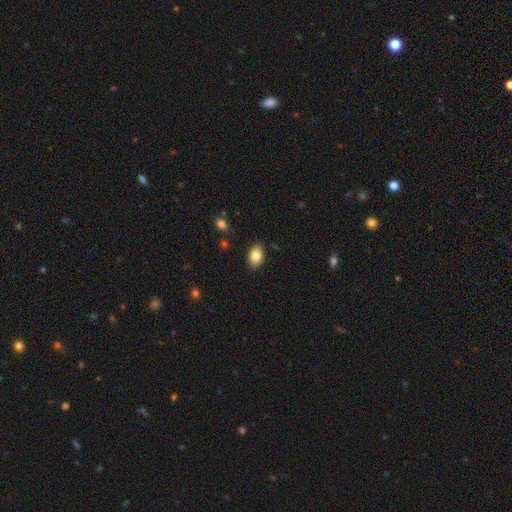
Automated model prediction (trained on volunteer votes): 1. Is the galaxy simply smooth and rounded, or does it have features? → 82% smooth, 10% featured or disk, 8% star or artifact.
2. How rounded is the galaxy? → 86% in between, 13% round, 1% cigar-shaped.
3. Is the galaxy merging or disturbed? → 88% none, 9% minor disturbance, 2% major disturbance, 1% merger.